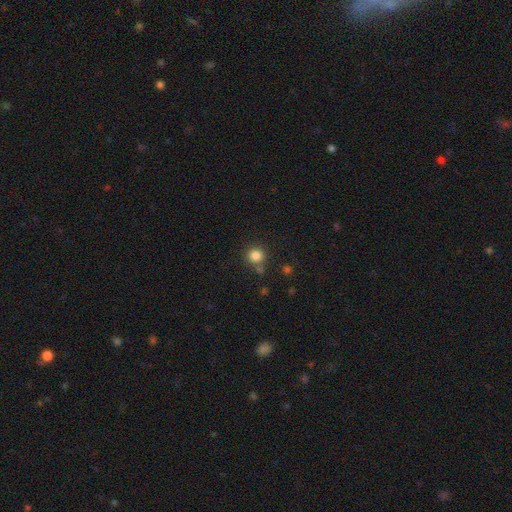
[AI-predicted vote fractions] Smooth or featured? Predicted: smooth (p=0.83). How rounded? Predicted: round (p=0.90). Merging? Predicted: none (p=0.77).